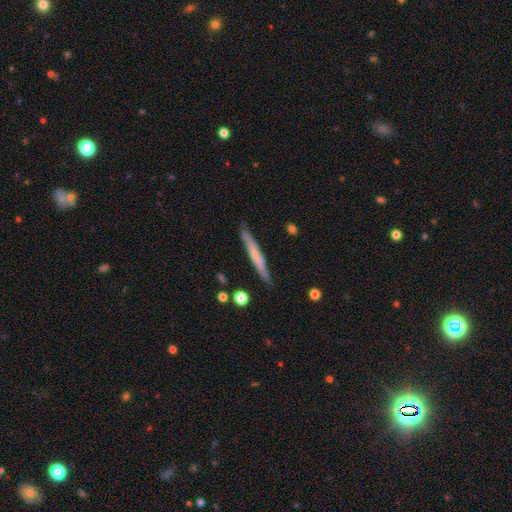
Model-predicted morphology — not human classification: smooth-or-featured: smooth: 48% | featured or disk: 46% | star or artifact: 6%
  merging: none: 85% | minor disturbance: 12% | major disturbance: 2% | merger: 2%